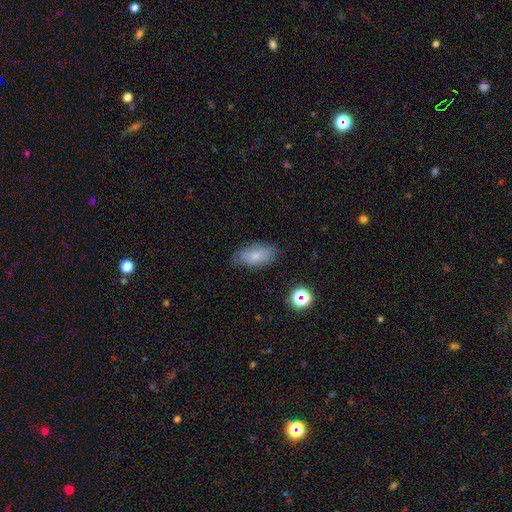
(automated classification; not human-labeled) A smooth galaxy with no disk features (74%) that is in between round and cigar-shaped (89%). Merging: none (71%).